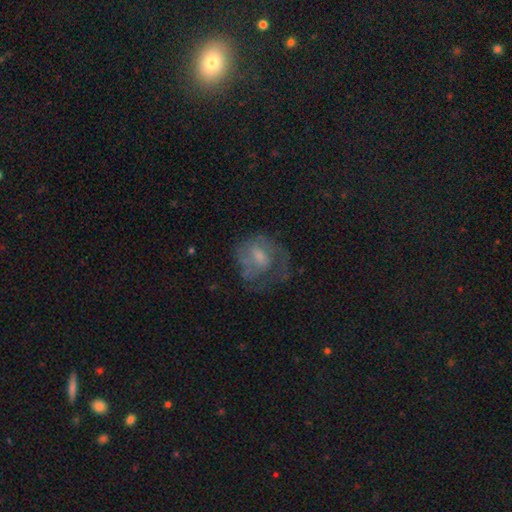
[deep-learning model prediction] Smooth or featured: featured or disk — 55% (smooth — 31%)
Edge-on disk: no — 97% (yes — 3%)
Bar: no — 50% (weak — 41%)
Spiral arms: yes — 65% (no — 35%)
Bulge size: moderate — 41% (small — 37%)
Merging: none — 50% (major disturbance — 27%)